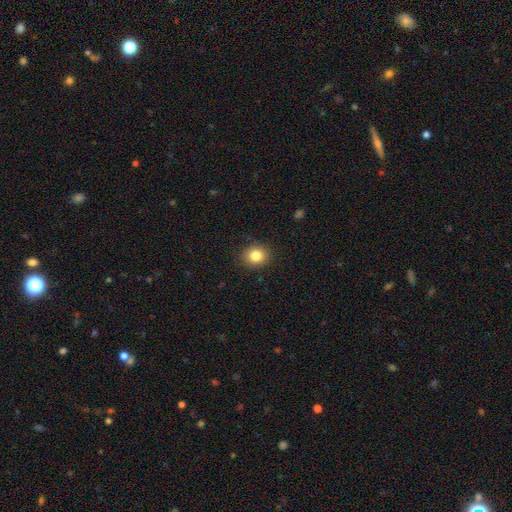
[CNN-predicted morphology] Overall: smooth (83%). How rounded: round (76%). Merging: none (89%).